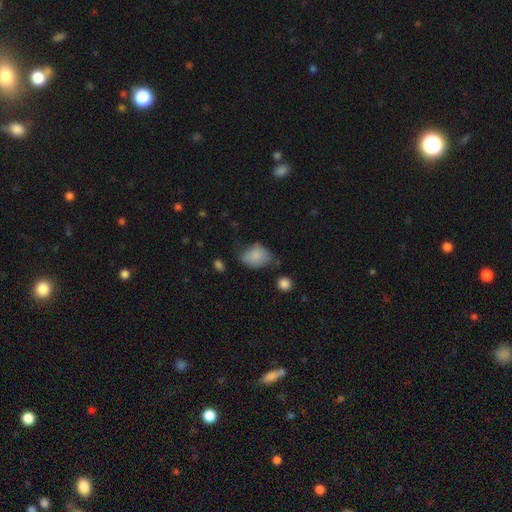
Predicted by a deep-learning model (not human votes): A smooth galaxy with no disk features (82%) that is in between round and cigar-shaped (69%).

Vote fractions:
- Smooth or featured? smooth: 82% / featured or disk: 9% / star or artifact: 9%
- How rounded? in between: 69% / round: 30% / cigar-shaped: 1%
- Merging? none: 44% / minor disturbance: 38% / major disturbance: 13% / merger: 5%